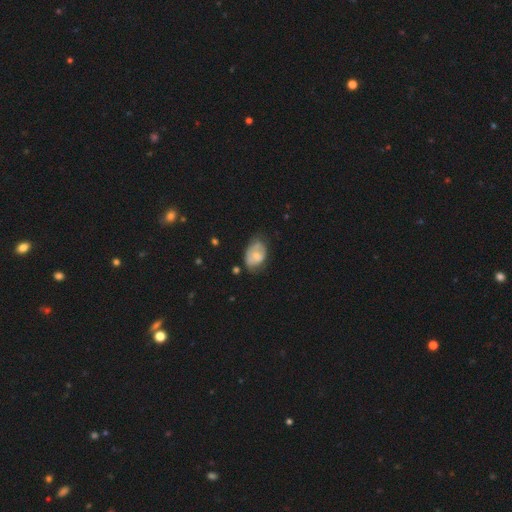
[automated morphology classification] Smooth or featured: smooth — 58% (featured or disk — 35%)
How rounded: in between — 84% (round — 15%)
Merging: none — 45% (minor disturbance — 38%)